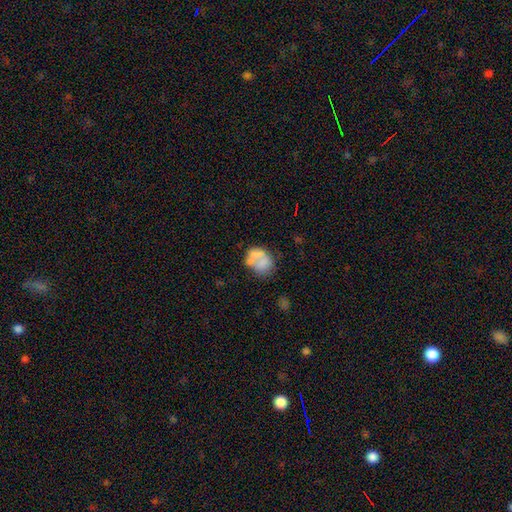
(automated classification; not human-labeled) Smooth or featured? Predicted: smooth (p=0.59). How rounded? Predicted: round (p=0.51). Merging? Predicted: none (p=0.35).